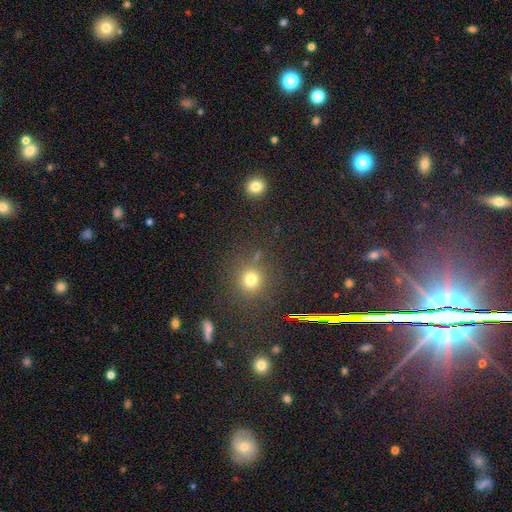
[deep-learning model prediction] Smooth or featured?
  - star or artifact: 56% *
  - smooth: 35%
  - featured or disk: 10%